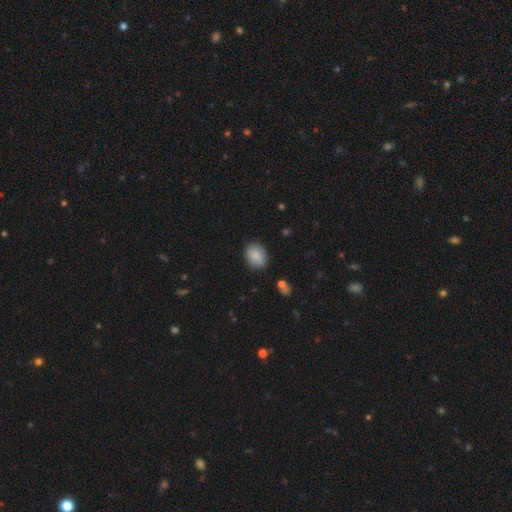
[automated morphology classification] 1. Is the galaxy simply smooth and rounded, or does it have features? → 84% smooth, 8% star or artifact, 8% featured or disk.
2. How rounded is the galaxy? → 54% in between, 45% round, 1% cigar-shaped.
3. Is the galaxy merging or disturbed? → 83% none, 13% minor disturbance, 3% major disturbance, 2% merger.